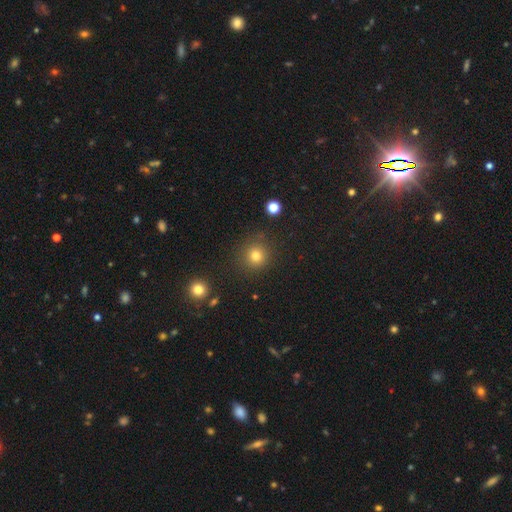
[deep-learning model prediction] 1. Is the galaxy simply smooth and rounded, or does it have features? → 79% smooth, 15% star or artifact, 6% featured or disk.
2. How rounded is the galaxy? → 92% round, 7% in between, 1% cigar-shaped.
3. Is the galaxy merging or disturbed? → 86% none, 8% minor disturbance, 4% major disturbance, 3% merger.